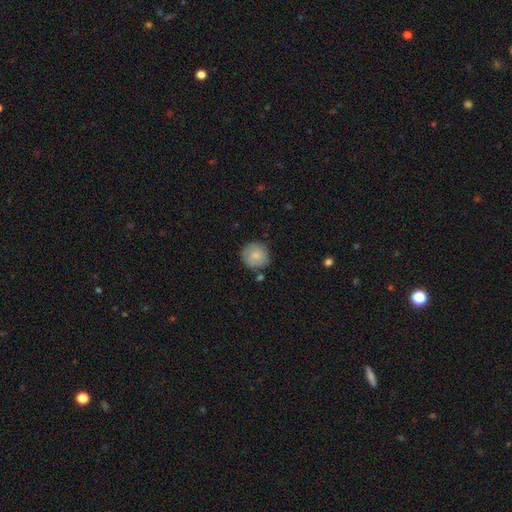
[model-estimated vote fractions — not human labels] Smooth or featured? Predicted: smooth (p=0.83). How rounded? Predicted: round (p=0.92). Merging? Predicted: none (p=0.78).